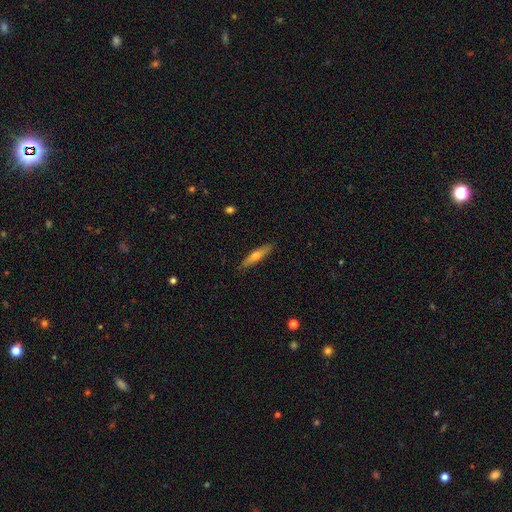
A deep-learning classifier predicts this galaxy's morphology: Overall: smooth (56%; featured or disk 38%). How rounded: cigar-shaped (82%). Merging: none (88%).